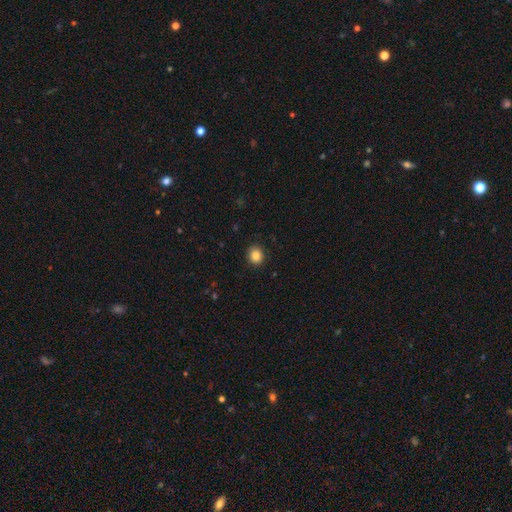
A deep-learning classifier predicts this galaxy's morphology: This is clearly a smooth galaxy (86%). How rounded: clearly round (81%). Merging: clearly none (91%).